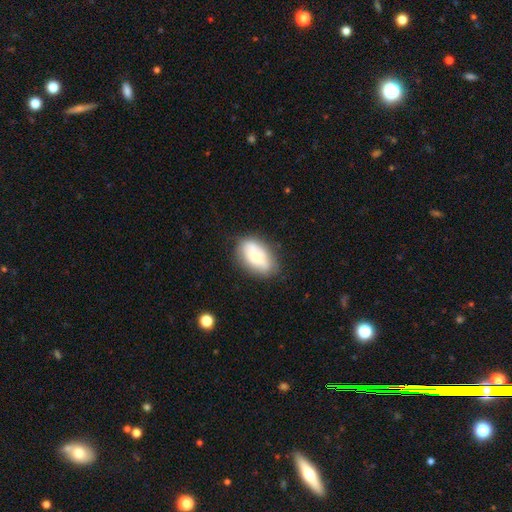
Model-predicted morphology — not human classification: Smooth or featured? Predicted: smooth (p=0.66). How rounded? Predicted: in between (p=0.89). Merging? Predicted: none (p=0.74).